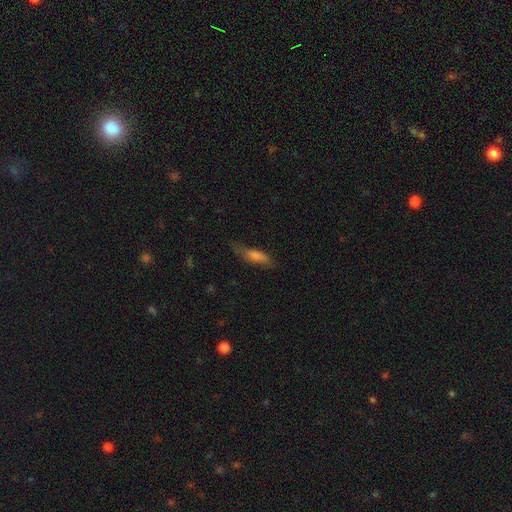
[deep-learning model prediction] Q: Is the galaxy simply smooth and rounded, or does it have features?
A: smooth — 53%.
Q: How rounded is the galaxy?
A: cigar-shaped — 64%.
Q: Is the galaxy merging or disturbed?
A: none — 66%.